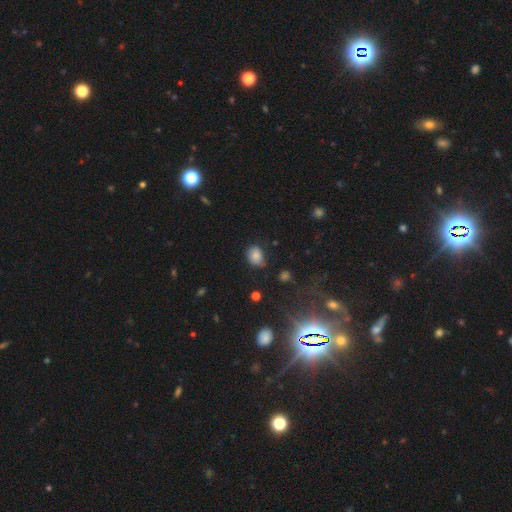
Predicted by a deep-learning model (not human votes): Morphology: type=smooth (80%); roundness=in between (65%); merging=none (62%).